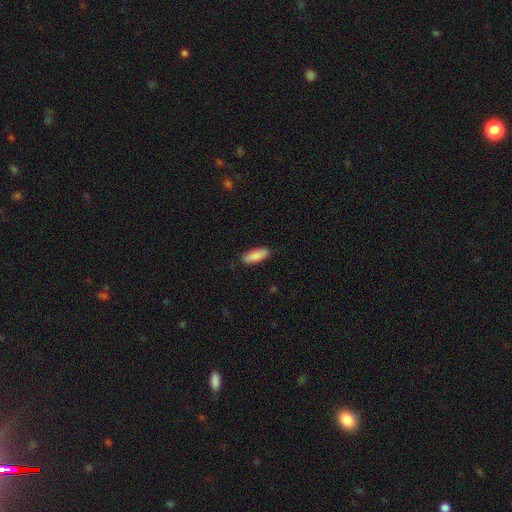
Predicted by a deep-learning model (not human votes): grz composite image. It shows a smooth galaxy with no disk features (88%) that is in between round and cigar-shaped (76%). Merging: none (86%).